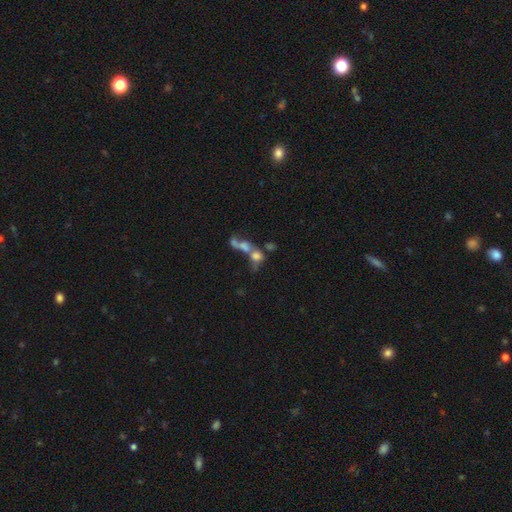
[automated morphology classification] Smooth or featured? Predicted: smooth (p=0.54). How rounded? Predicted: round (p=0.50). Merging? Predicted: merger (p=0.67).